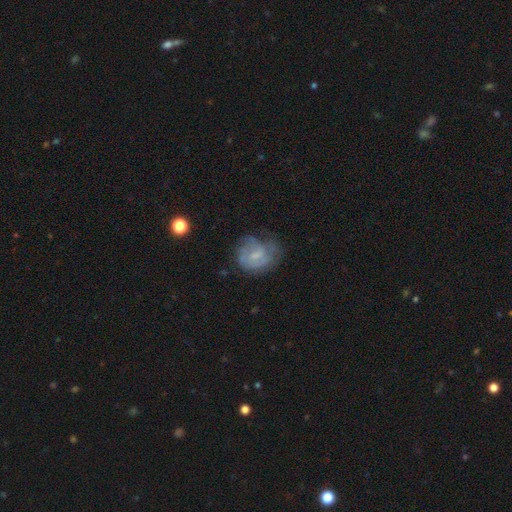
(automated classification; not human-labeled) featured or disk 51%, smooth 39%, star or artifact 10%. Down the decision tree: edge-on disk — no (97%); merging — none (48%).